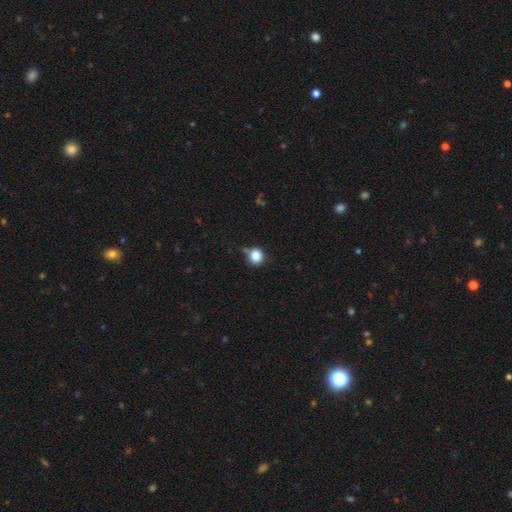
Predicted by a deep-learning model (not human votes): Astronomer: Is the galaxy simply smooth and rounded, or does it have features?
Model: smooth — 85%.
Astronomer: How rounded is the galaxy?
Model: round — 90%.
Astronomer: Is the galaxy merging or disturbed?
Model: none — 76%.